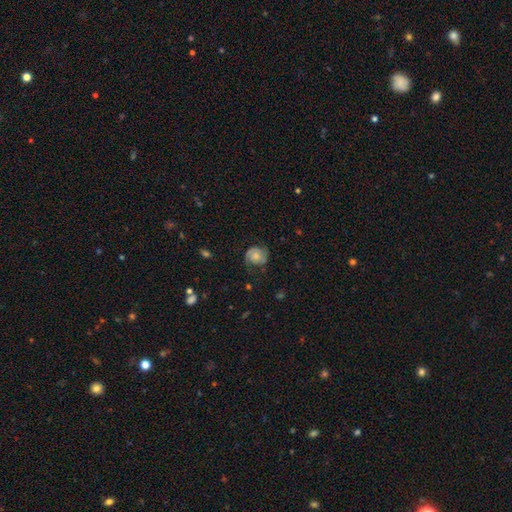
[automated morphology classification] featured or disk 59%, smooth 32%, star or artifact 9%. Down the decision tree: edge-on disk — no (98%); bar — no (74%); spiral arms — yes (90%); spiral arm count — 2 (73%); spiral winding — tight (47%); bulge size — moderate (39%); merging — none (66%).